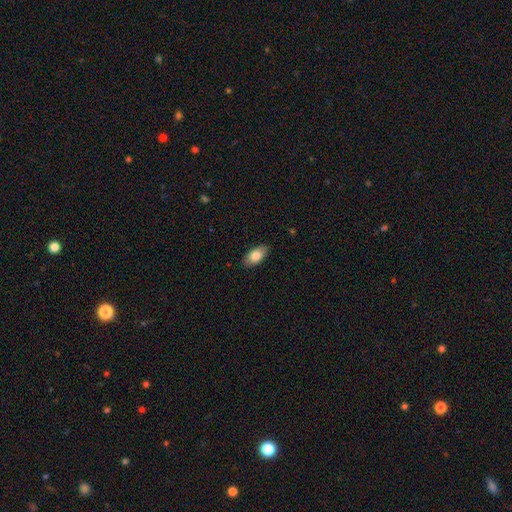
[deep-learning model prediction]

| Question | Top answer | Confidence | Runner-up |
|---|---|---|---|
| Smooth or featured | smooth | 81% | featured or disk (13%) |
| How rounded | in between | 92% | cigar-shaped (4%) |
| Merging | none | 88% | minor disturbance (9%) |